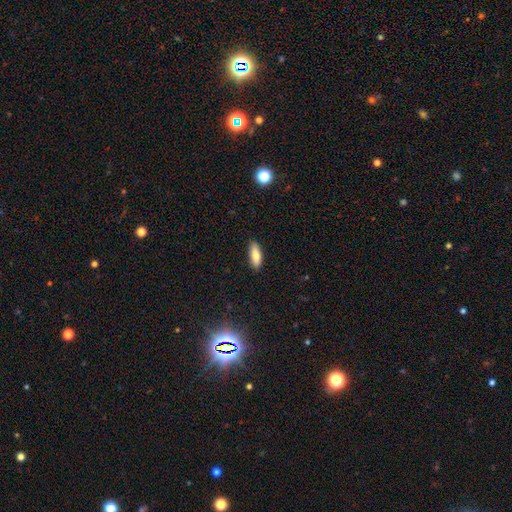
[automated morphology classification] A smooth galaxy with no disk features (79%) that is in between round and cigar-shaped (62%).

Vote fractions:
- Smooth or featured? smooth: 79% / featured or disk: 14% / star or artifact: 7%
- How rounded? in between: 62% / cigar-shaped: 36% / round: 2%
- Merging? none: 89% / minor disturbance: 9% / major disturbance: 2% / merger: 1%